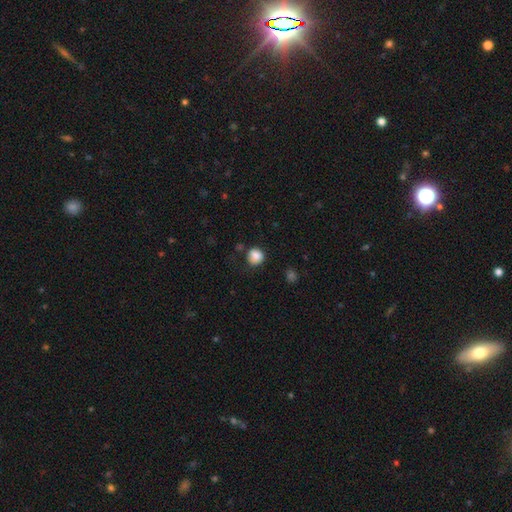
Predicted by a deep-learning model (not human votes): This is clearly a smooth galaxy (85%). How rounded: clearly round (83%). Merging: likely none (72%).